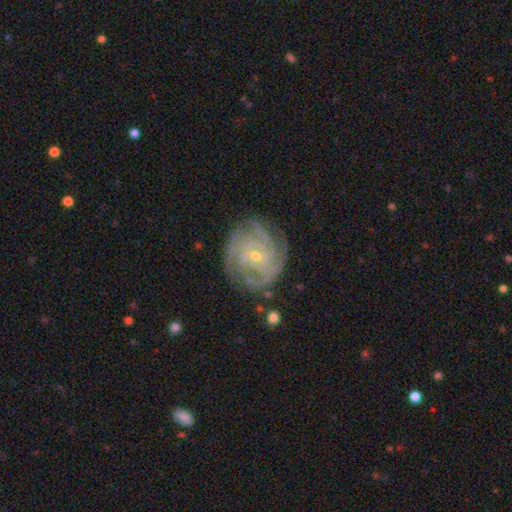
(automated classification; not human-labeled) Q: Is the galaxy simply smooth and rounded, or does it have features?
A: featured or disk — 89%.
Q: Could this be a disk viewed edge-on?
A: no — 98%.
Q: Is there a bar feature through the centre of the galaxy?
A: no — 55%.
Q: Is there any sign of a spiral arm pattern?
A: yes — 98%.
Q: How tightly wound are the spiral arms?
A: tight — 79%.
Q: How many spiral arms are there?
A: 4 — 34%.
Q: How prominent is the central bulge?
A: small — 65%.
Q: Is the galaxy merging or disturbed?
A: none — 80%.